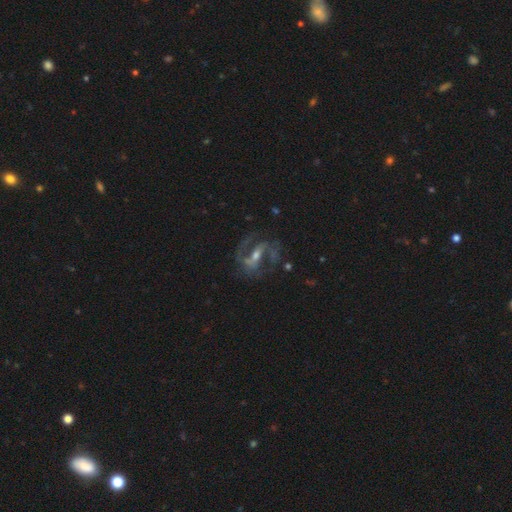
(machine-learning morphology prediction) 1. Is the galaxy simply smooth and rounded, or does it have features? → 86% featured or disk, 8% smooth, 7% star or artifact.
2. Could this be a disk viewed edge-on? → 95% no, 5% yes.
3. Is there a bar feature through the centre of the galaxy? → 52% strong, 33% weak, 15% no.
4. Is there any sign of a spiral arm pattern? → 92% yes, 8% no.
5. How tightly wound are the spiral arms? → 55% medium, 26% loose, 19% tight.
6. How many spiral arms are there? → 87% 2, 5% can't tell, 3% 1, 2% 3, 1% 4, 1% more than 4.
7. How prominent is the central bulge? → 48% moderate, 44% small, 4% large, 3% none, 1% dominant.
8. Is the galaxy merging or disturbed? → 67% none, 16% minor disturbance, 14% major disturbance, 3% merger.